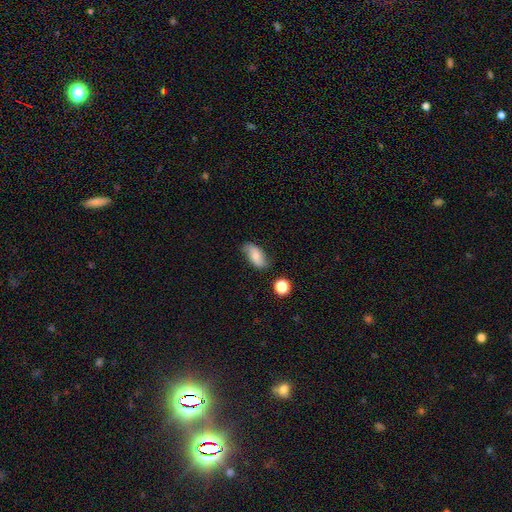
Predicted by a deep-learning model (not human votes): smooth-or-featured: smooth: 65% | featured or disk: 26% | star or artifact: 9%
  how-rounded: in between: 89% | cigar-shaped: 7% | round: 4%
  merging: none: 73% | minor disturbance: 20% | major disturbance: 4% | merger: 3%